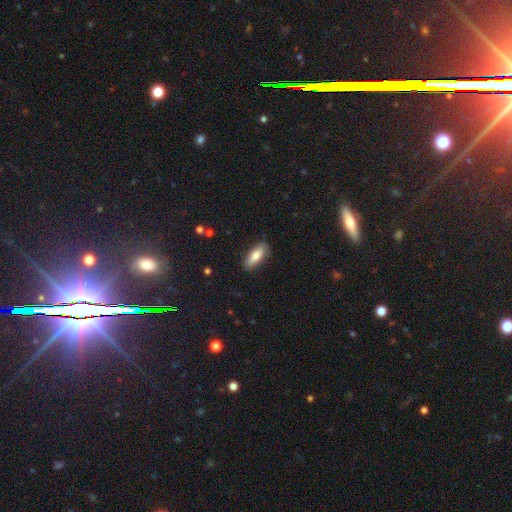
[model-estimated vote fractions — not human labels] smooth 79%, featured or disk 14%, star or artifact 6%. Down the decision tree: how rounded — in between (75%); merging — none (85%).